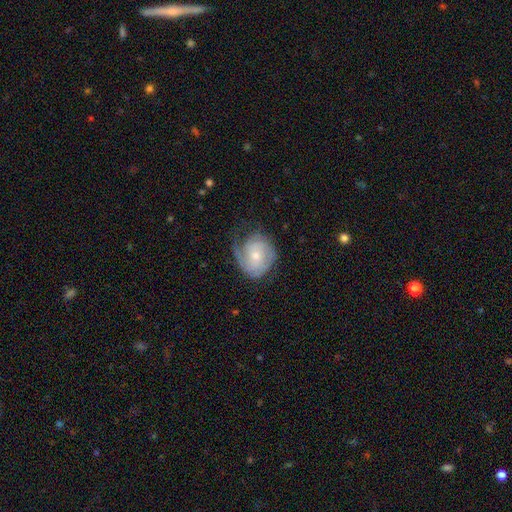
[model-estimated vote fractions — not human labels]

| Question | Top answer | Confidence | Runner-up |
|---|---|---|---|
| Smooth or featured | featured or disk | 72% | smooth (22%) |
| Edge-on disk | no | 97% | yes (3%) |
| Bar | no | 66% | weak (29%) |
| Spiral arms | yes | 92% | no (8%) |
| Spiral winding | tight | 52% | medium (34%) |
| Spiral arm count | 2 | 36% | can't tell (24%) |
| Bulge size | small | 52% | moderate (43%) |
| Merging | none | 54% | minor disturbance (27%) |